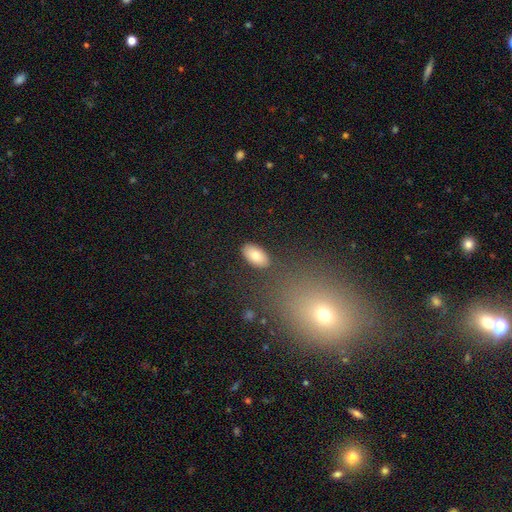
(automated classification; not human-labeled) This appears to be a smooth galaxy with no disk features (84%) that is in between round and cigar-shaped (95%). Merging: none (84%).